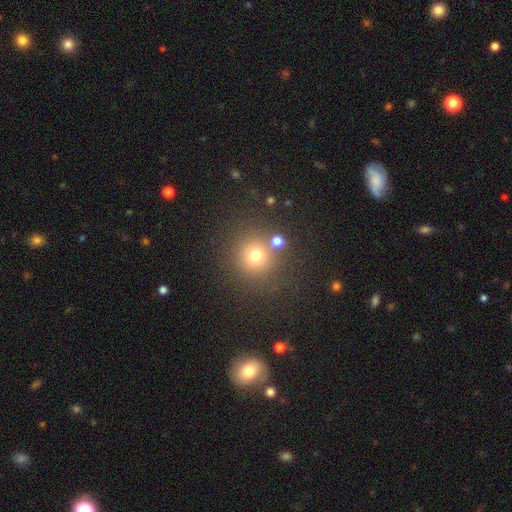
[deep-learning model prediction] smooth 71%, star or artifact 20%, featured or disk 9%. Down the decision tree: how rounded — round (92%); merging — none (76%).